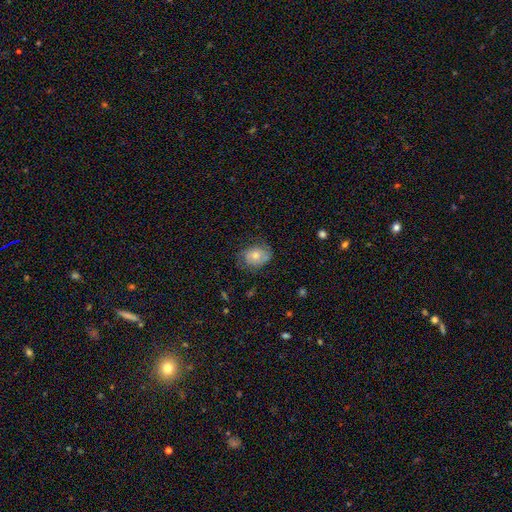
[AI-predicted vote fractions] A smooth galaxy with no disk features (55%) that is in between round and cigar-shaped (52%). Merging: none (61%).